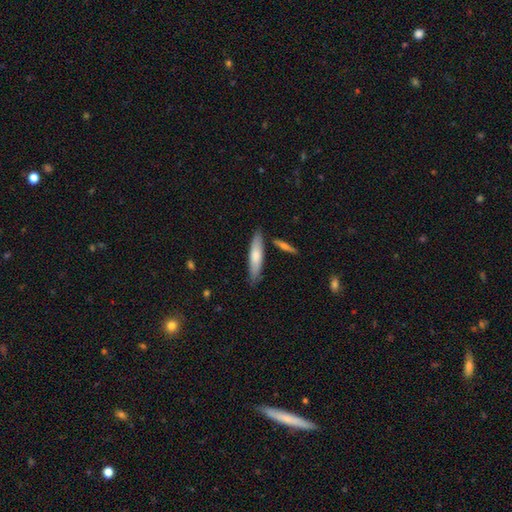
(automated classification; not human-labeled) A smooth galaxy with no disk features (72%) that is cigar-shaped (76%).

Vote fractions:
- Smooth or featured? smooth: 72% / featured or disk: 23% / star or artifact: 5%
- How rounded? cigar-shaped: 76% / in between: 22% / round: 1%
- Merging? none: 80% / minor disturbance: 13% / merger: 5% / major disturbance: 2%